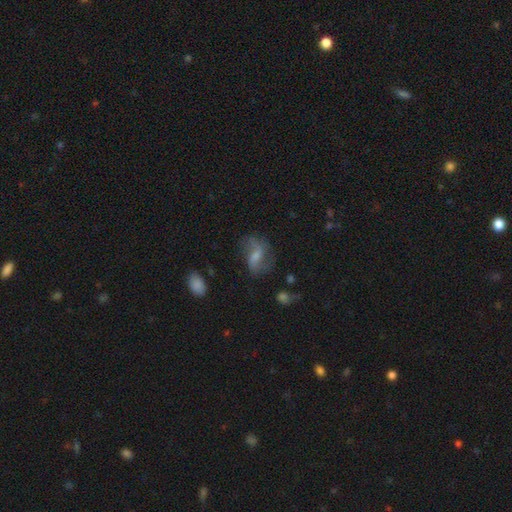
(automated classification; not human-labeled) This appears to be a featured or disk galaxy (61%) with a weak bar (50%), spiral arms (85%) and a moderate central bulge (38%). Merging: none (63%).